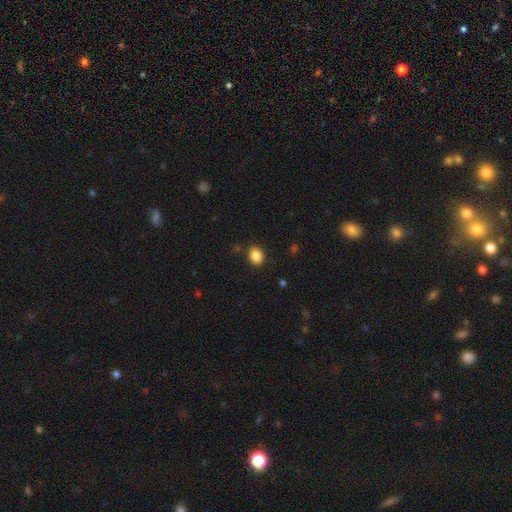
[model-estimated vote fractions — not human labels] Q: Smooth or featured?
A: smooth (87%); runner-up: star or artifact (10%)
Q: How rounded?
A: in between (52%); runner-up: round (47%)
Q: Merging?
A: none (86%); runner-up: minor disturbance (10%)